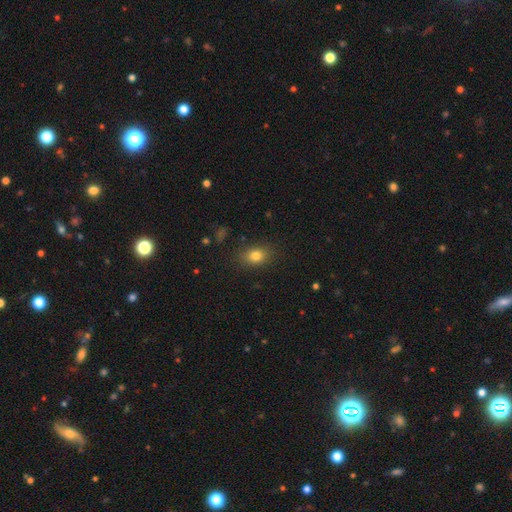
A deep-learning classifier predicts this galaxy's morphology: Smooth or featured?
  - smooth: 80% *
  - star or artifact: 11%
  - featured or disk: 9%
How rounded?
  - in between: 71% *
  - round: 27%
  - cigar-shaped: 2%
Merging?
  - none: 84% *
  - minor disturbance: 11%
  - major disturbance: 3%
  - merger: 1%